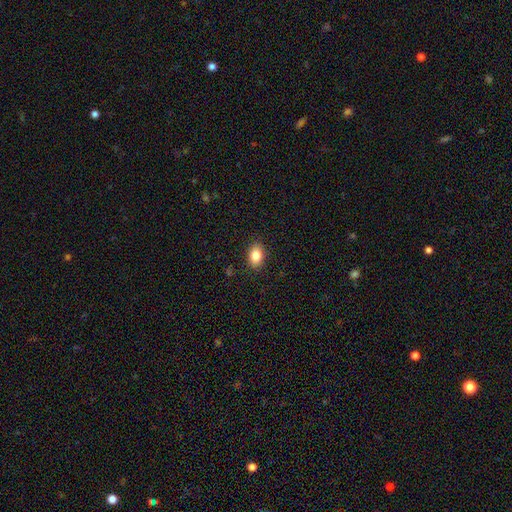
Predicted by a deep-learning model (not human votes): This is clearly a smooth galaxy (84%). How rounded: clearly in between (81%). Merging: clearly none (88%).